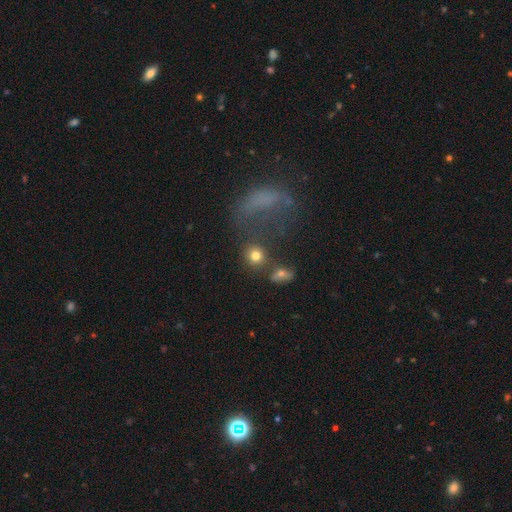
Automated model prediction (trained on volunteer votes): Smooth or featured? Predicted: smooth (p=0.79). How rounded? Predicted: round (p=0.86). Merging? Predicted: none (p=0.71).